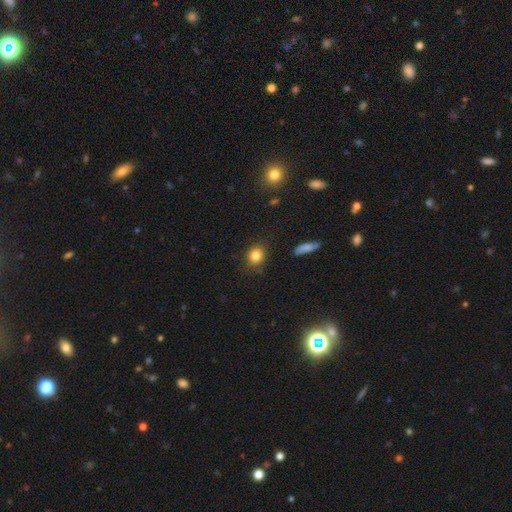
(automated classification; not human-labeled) Morphology: type=smooth (82%); roundness=round (69%); merging=none (79%).